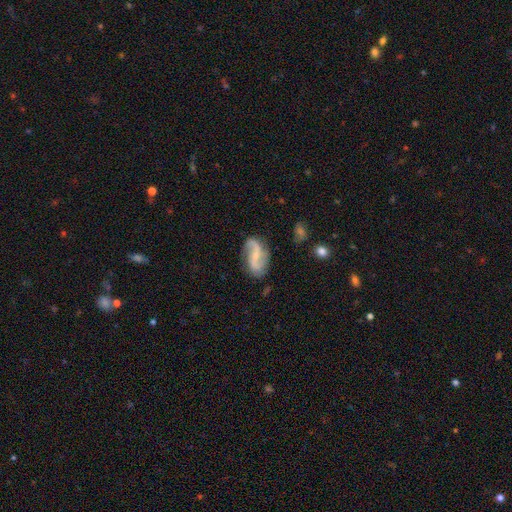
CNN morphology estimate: A featured or disk galaxy (83%) with a weak bar (41%), 2 (92%) loose (69%) spiral arms (95%) and a small central bulge (55%).

Vote fractions:
- Smooth or featured? featured or disk: 83% / smooth: 11% / star or artifact: 6%
- Edge-on disk? no: 97% / yes: 3%
- Bar? weak: 41% / no: 36% / strong: 22%
- Spiral arms? yes: 95% / no: 5%
- Spiral winding? loose: 69% / medium: 23% / tight: 7%
- Spiral arm count? 2: 92% / can't tell: 3% / 1: 2% / 3: 1% / 4: 1% / more than 4: 1%
- Bulge size? small: 55% / none: 22% / moderate: 20% / large: 2% / dominant: 1%
- Merging? none: 76% / minor disturbance: 16% / major disturbance: 6% / merger: 2%